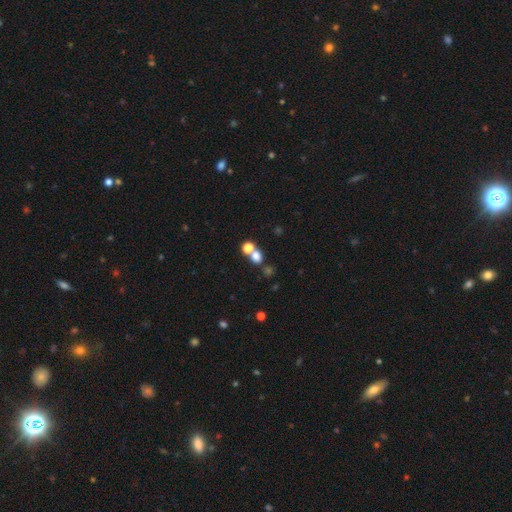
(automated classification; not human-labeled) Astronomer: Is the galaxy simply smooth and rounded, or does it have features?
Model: smooth — 72%.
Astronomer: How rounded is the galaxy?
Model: round — 66%.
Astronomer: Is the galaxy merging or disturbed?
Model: none — 49% (runner-up: merger, 39%).